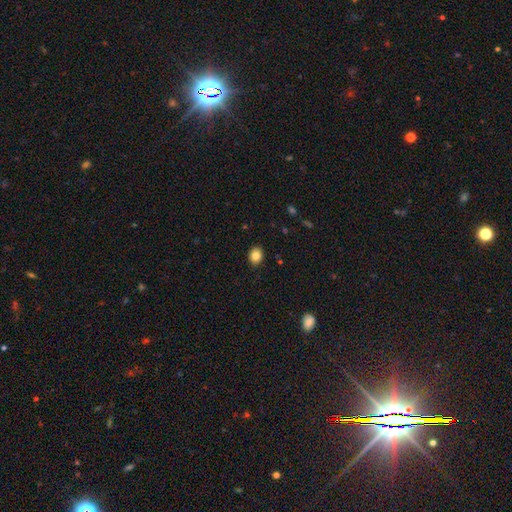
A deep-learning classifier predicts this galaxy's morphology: smooth-or-featured: smooth: 84% | star or artifact: 9% | featured or disk: 7%
  how-rounded: in between: 53% | round: 46% | cigar-shaped: 1%
  merging: none: 89% | minor disturbance: 8% | major disturbance: 2% | merger: 1%